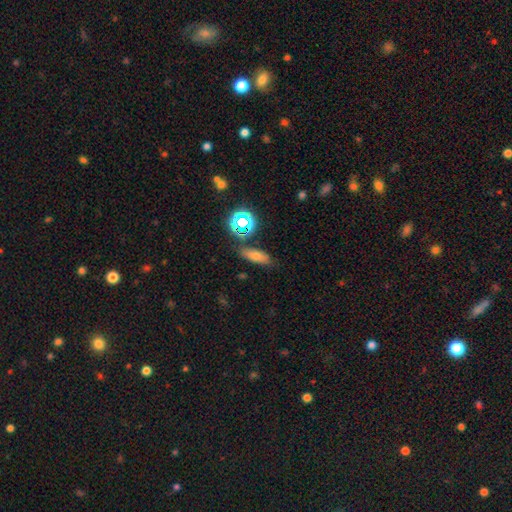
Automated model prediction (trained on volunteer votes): Smooth or featured? smooth (58%)
How rounded? in between (51%)
Merging? none (80%)